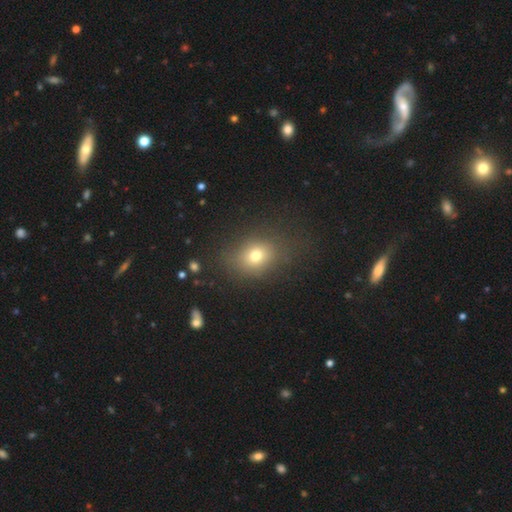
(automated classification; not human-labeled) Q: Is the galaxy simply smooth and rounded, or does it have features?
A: smooth — 72%.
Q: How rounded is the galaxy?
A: round — 50%.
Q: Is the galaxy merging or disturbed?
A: none — 73%.